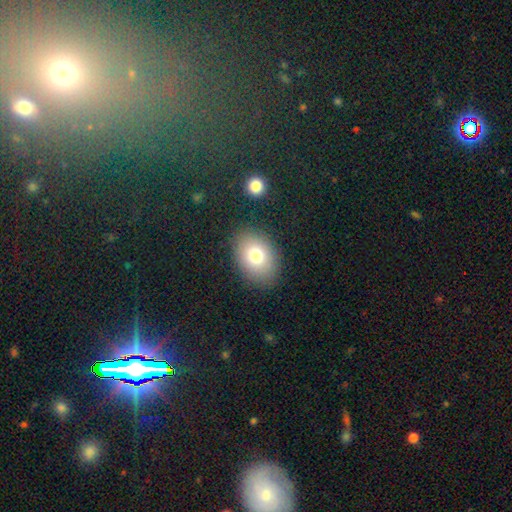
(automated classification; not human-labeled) This is likely a smooth galaxy (76%). How rounded: likely in between (69%). Merging: clearly none (86%).